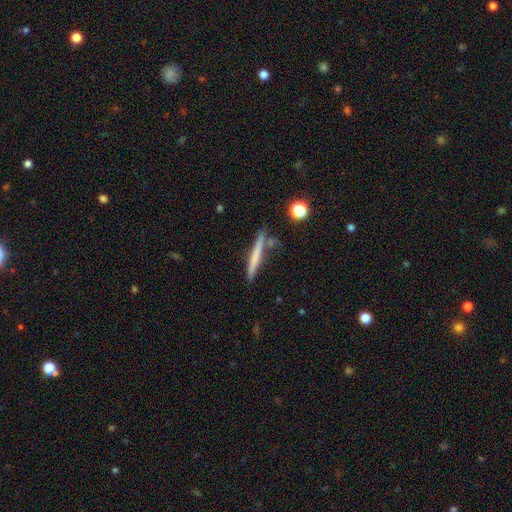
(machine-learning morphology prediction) The model was most divided on "smooth or featured": smooth: 58%, featured or disk: 35%, star or artifact: 7%. More confident: how rounded — cigar-shaped (95%); merging — none (78%).